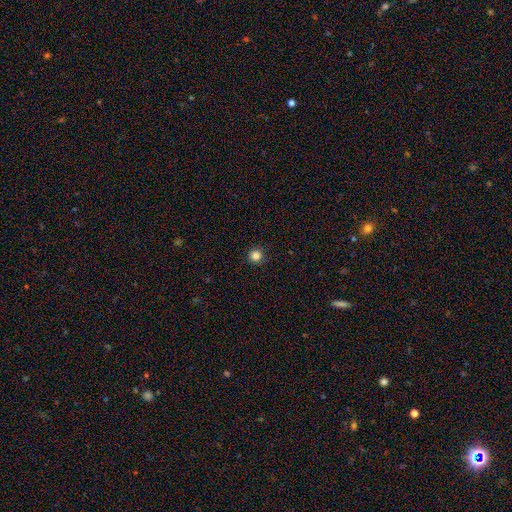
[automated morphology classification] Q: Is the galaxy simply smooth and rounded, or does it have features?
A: smooth — 85%.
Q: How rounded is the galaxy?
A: round — 96%.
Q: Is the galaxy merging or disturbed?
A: none — 92%.